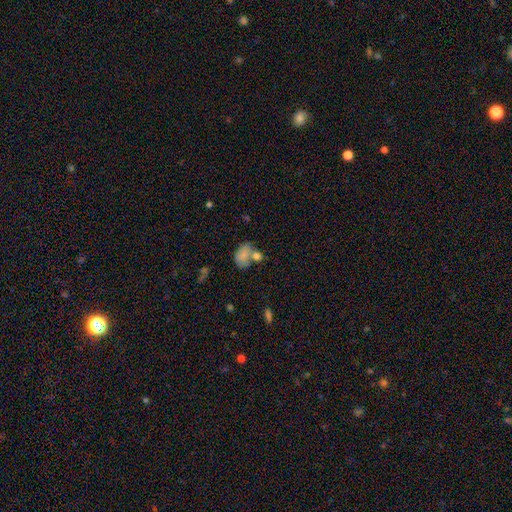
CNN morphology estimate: Overall: smooth (78%). How rounded: in between (71%). Merging: merger (43%; none 35%).